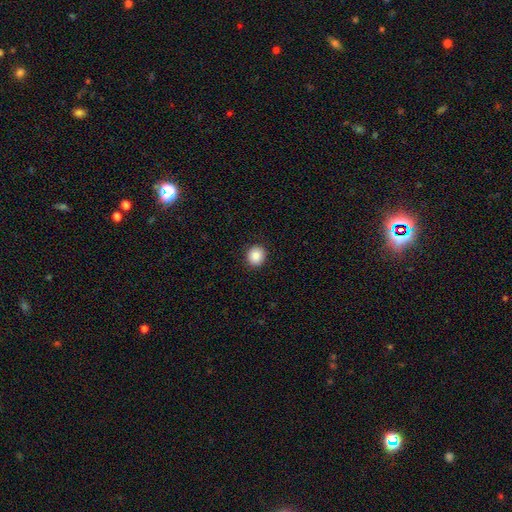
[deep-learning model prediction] Q: Smooth or featured?
A: smooth (86%); runner-up: star or artifact (9%)
Q: How rounded?
A: round (83%); runner-up: in between (16%)
Q: Merging?
A: none (92%); runner-up: minor disturbance (6%)